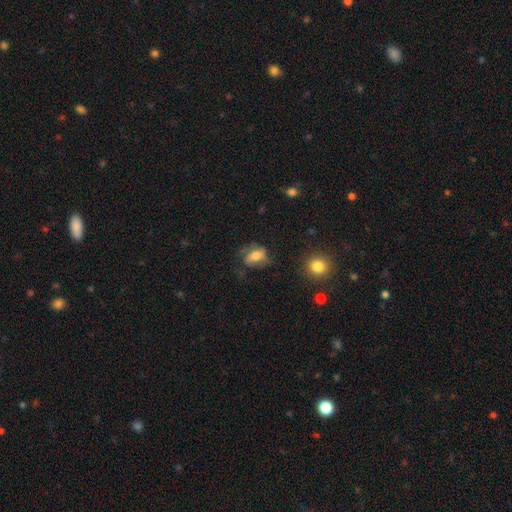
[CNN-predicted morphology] This is possibly a smooth galaxy (56%). How rounded: likely in between (77%). Merging: possibly none (51%).